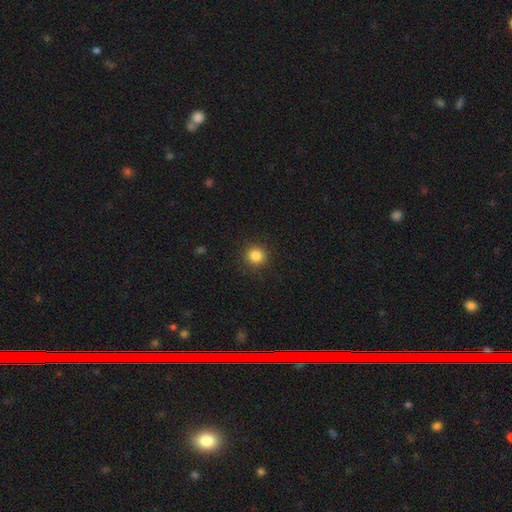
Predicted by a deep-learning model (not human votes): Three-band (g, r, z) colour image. It shows a smooth galaxy with no disk features (84%) that is round (94%). Merging: none (91%).